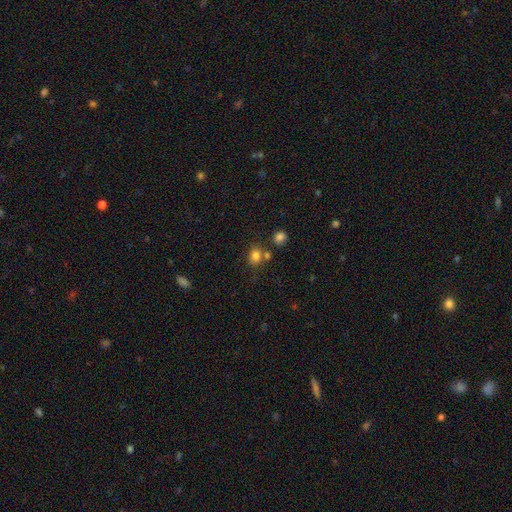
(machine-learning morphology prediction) This is likely a smooth galaxy (80%). How rounded: possibly round (55%). Merging: likely none (62%).